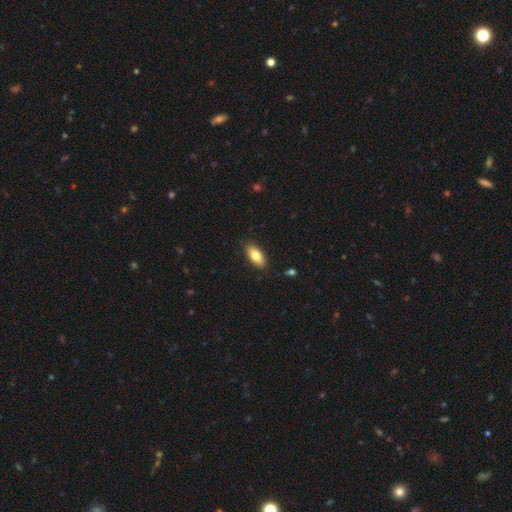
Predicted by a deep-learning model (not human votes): This appears to be a smooth galaxy with no disk features (79%) that is in between round and cigar-shaped (86%). Merging: none (87%).